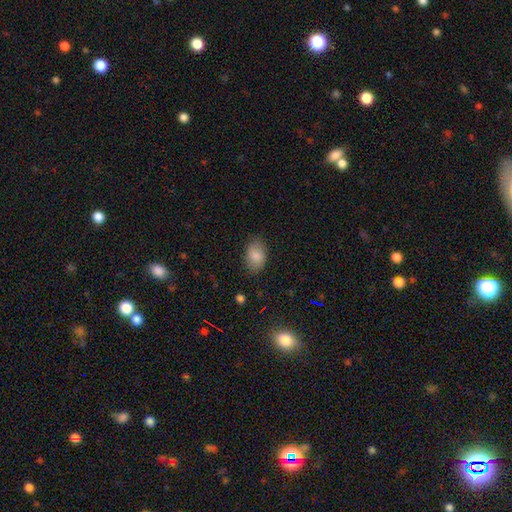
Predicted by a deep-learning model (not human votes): This is clearly a smooth galaxy (83%). How rounded: clearly in between (87%). Merging: clearly none (80%).